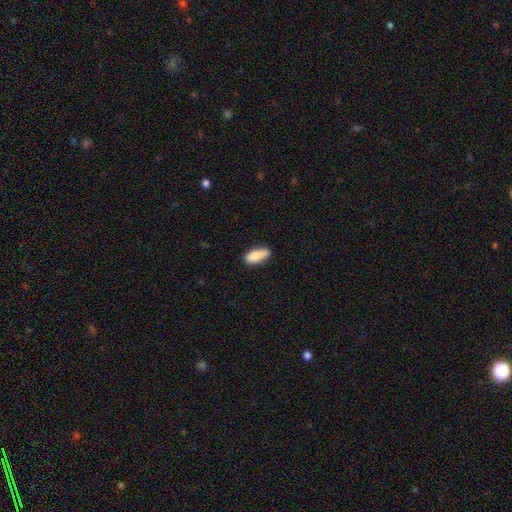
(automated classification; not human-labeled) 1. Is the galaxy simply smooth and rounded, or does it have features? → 86% smooth, 7% featured or disk, 7% star or artifact.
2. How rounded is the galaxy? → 81% in between, 16% cigar-shaped, 2% round.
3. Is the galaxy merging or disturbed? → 71% none, 23% minor disturbance, 4% major disturbance, 3% merger.